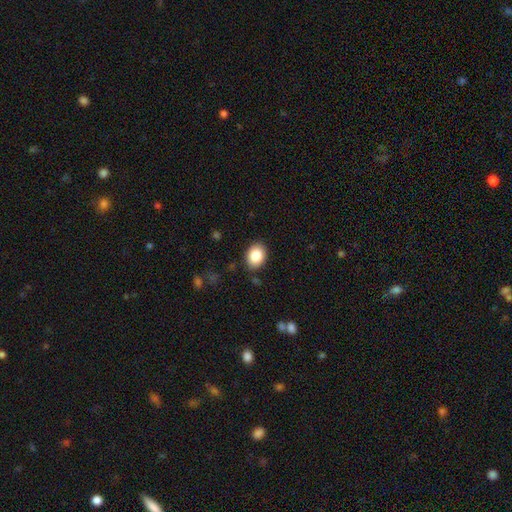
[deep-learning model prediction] This appears to be a smooth galaxy with no disk features (85%) that is in between round and cigar-shaped (65%). Merging: none (86%).